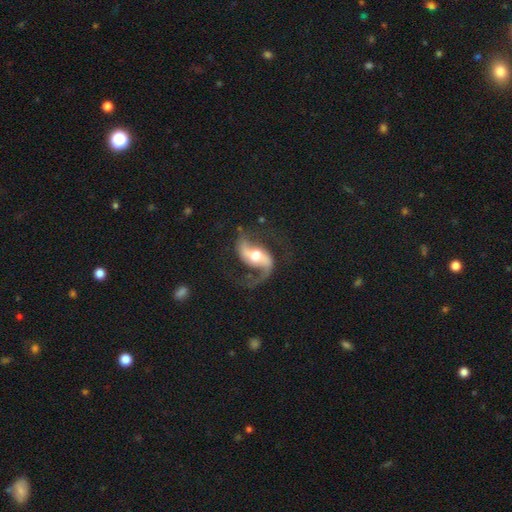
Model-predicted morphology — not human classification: A featured or disk galaxy (90%) with a strong bar (42%), 2 (91%) loose (63%) spiral arms (97%) and a moderate central bulge (65%).

Vote fractions:
- Smooth or featured? featured or disk: 90% / smooth: 5% / star or artifact: 5%
- Edge-on disk? no: 96% / yes: 4%
- Bar? strong: 42% / weak: 35% / no: 22%
- Spiral arms? yes: 97% / no: 3%
- Spiral winding? loose: 63% / medium: 31% / tight: 6%
- Spiral arm count? 2: 91% / 1: 4% / can't tell: 2% / 3: 1% / 4: 1% / more than 4: 1%
- Bulge size? moderate: 65% / large: 19% / small: 13% / dominant: 2% / none: 1%
- Merging? none: 70% / minor disturbance: 14% / major disturbance: 14% / merger: 2%